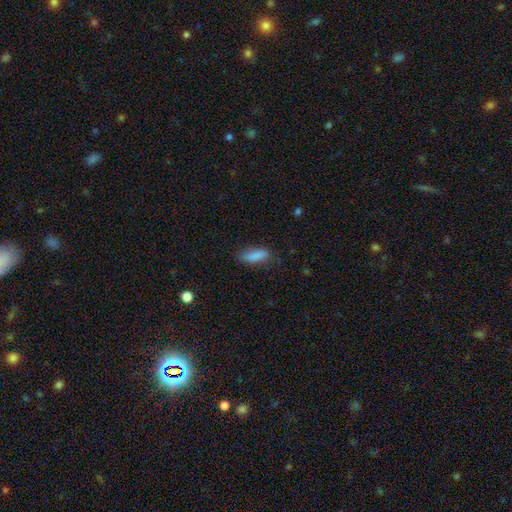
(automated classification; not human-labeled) The model was most divided on "how rounded": in between: 65%, cigar-shaped: 32%, round: 2%. More confident: smooth or featured — smooth (85%); merging — none (72%).